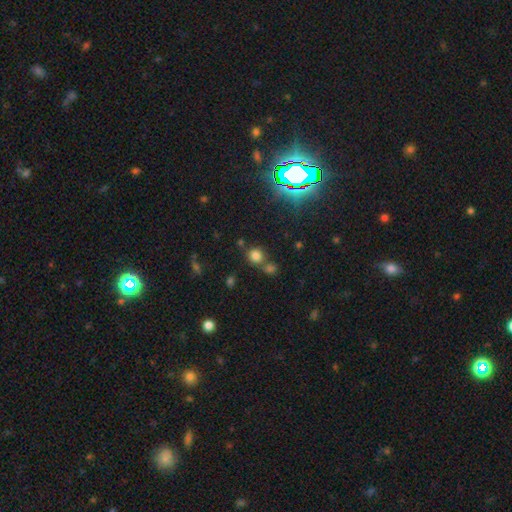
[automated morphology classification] This is likely a smooth galaxy (74%). How rounded: clearly round (83%). Merging: likely none (63%).